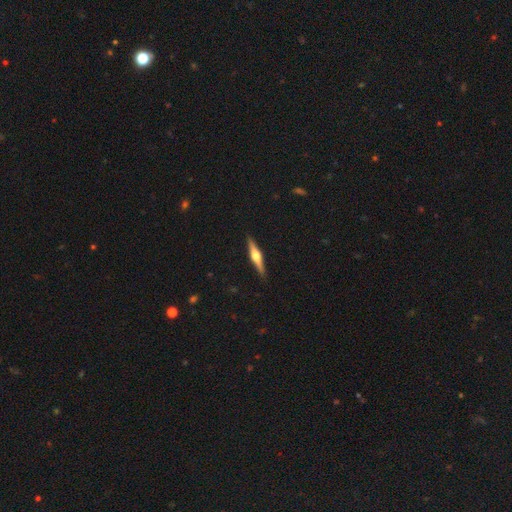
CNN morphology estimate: Smooth or featured? featured or disk (71%)
Edge-on disk? yes (98%)
Edge-on bulge? rounded (94%)
Merging? none (91%)